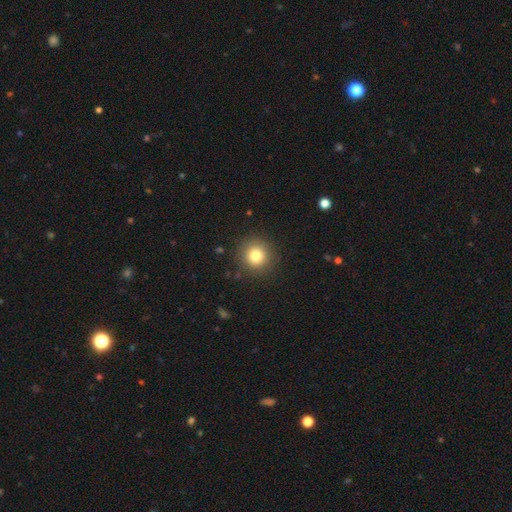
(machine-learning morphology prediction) smooth 80%, star or artifact 12%, featured or disk 8%. Down the decision tree: how rounded — round (94%); merging — none (89%).